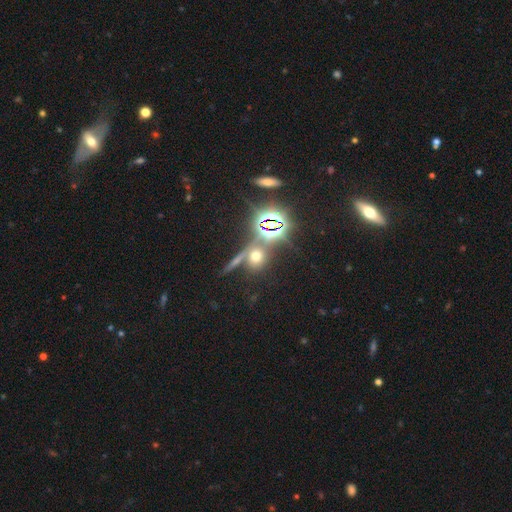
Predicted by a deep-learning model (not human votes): smooth-or-featured: smooth: 45% | star or artifact: 42% | featured or disk: 13%
  merging: none: 65% | merger: 19% | minor disturbance: 10% | major disturbance: 6%